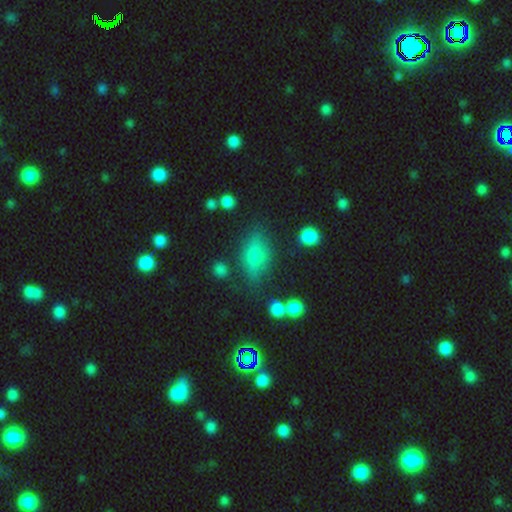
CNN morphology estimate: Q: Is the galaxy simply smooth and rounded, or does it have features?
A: smooth — 64%.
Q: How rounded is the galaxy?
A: in between — 79%.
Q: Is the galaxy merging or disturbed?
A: none — 71%.